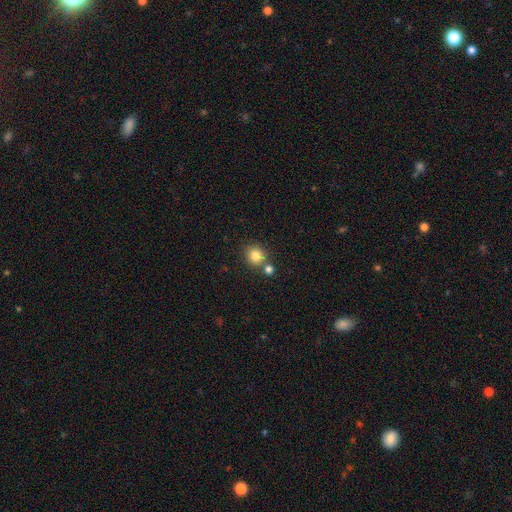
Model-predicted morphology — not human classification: Overall: smooth (82%). How rounded: round (88%). Merging: none (70%).